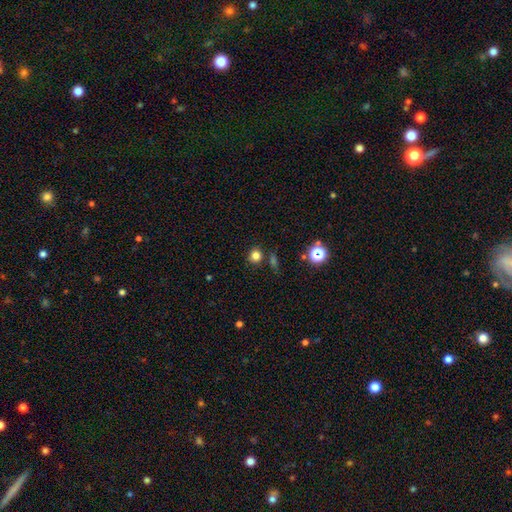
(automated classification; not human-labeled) Smooth or featured? smooth (79%)
How rounded? round (86%)
Merging? none (80%)